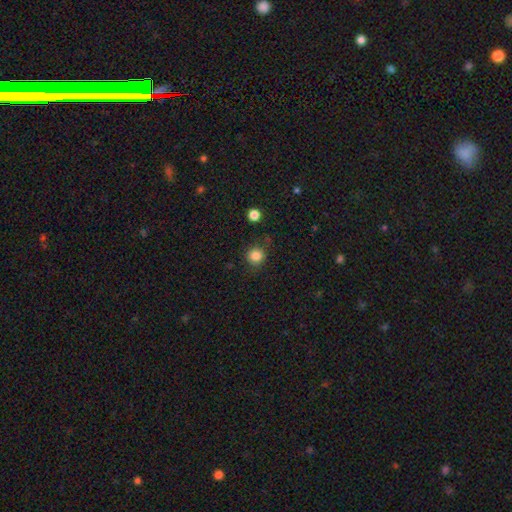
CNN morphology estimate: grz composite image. It shows a smooth galaxy with no disk features (84%) that is round (91%). Merging: none (82%).